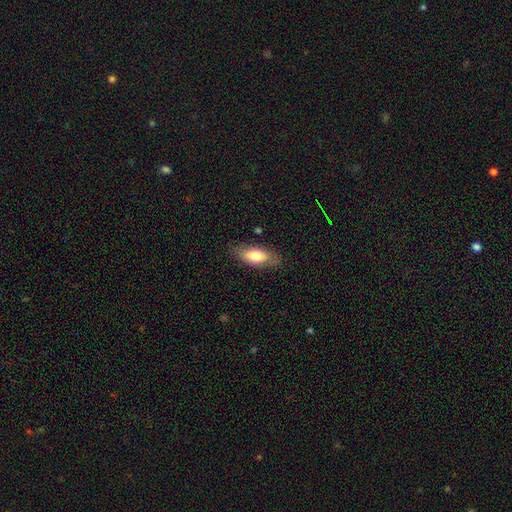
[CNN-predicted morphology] Smooth or featured? smooth (70%)
How rounded? in between (80%)
Merging? none (80%)